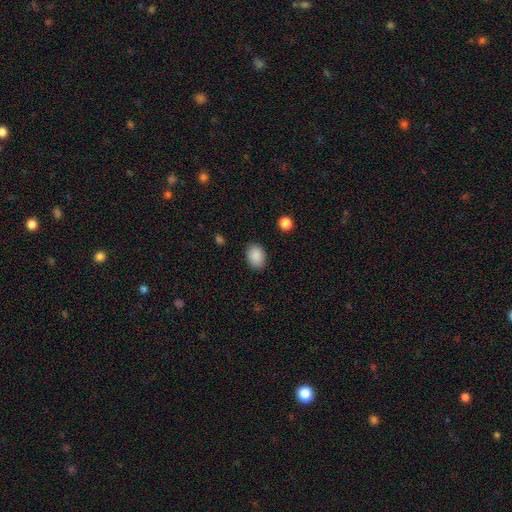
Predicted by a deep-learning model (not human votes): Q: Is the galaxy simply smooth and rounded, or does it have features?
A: smooth — 89%.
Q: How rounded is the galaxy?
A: in between — 71%.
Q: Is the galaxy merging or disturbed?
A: none — 87%.